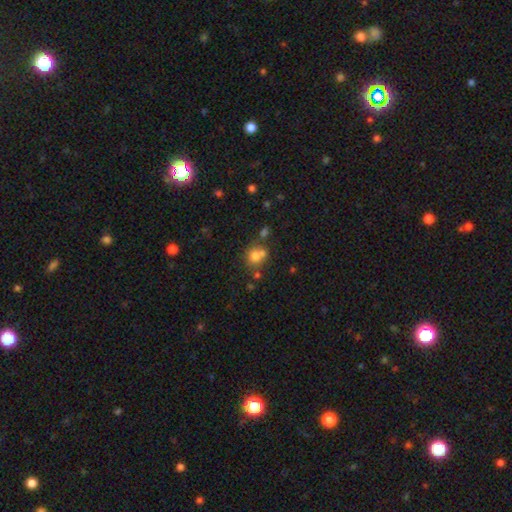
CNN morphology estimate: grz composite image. It shows a smooth galaxy with no disk features (72%) that is round (76%). Merging: none (47%).